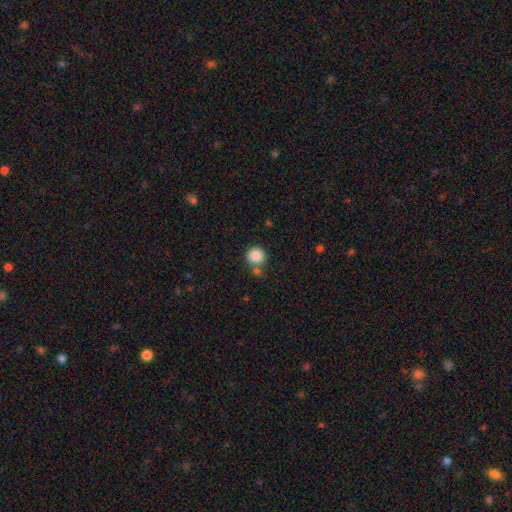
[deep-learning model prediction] This appears to be a smooth galaxy with no disk features (87%) that is round (92%). Merging: none (71%).